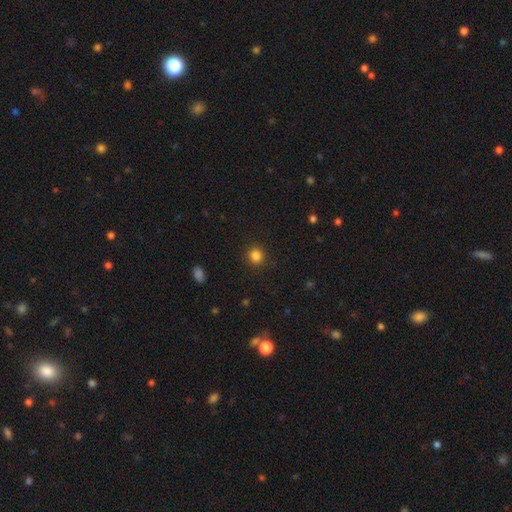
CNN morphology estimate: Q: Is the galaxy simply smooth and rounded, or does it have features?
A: smooth — 84%.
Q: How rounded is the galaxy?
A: round — 89%.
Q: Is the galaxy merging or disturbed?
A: none — 90%.